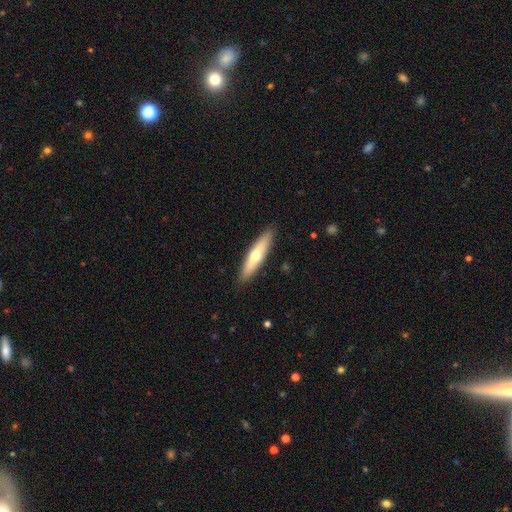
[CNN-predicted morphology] type=smooth (52%); roundness=cigar-shaped (81%); merging=none (89%).